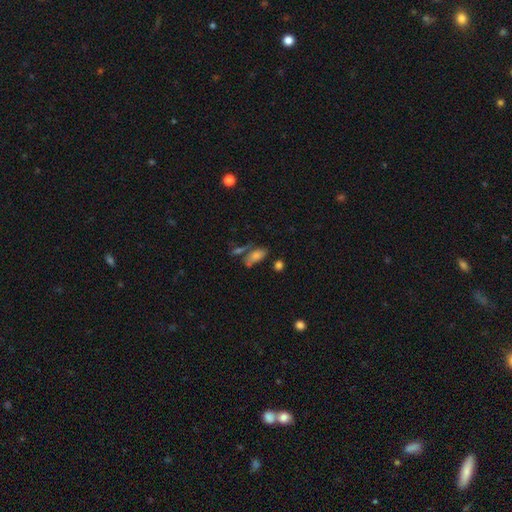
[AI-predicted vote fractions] Overall: smooth (72%). How rounded: in between (81%). Merging: none (45%; merger 24%).